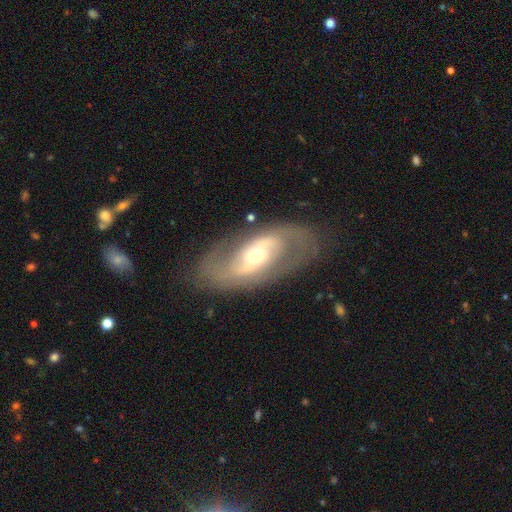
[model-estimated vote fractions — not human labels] This appears to be a featured or disk galaxy (79%) with a weak bar (36%), 2 (85%) medium (43%) spiral arms (78%) and a moderate central bulge (63%). Merging: none (78%).